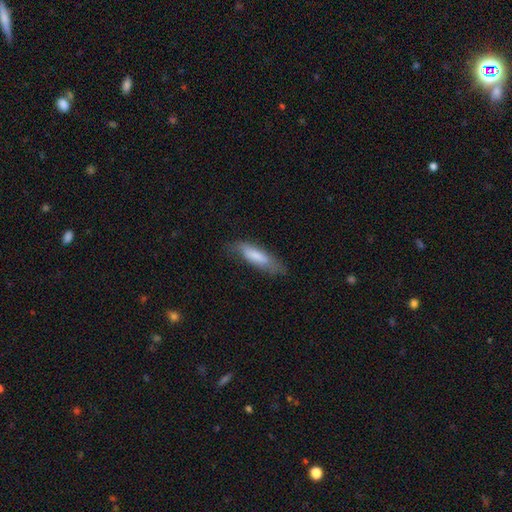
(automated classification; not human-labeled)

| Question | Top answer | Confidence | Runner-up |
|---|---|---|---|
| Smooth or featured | smooth | 73% | featured or disk (21%) |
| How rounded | cigar-shaped | 63% | in between (36%) |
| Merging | none | 64% | minor disturbance (26%) |